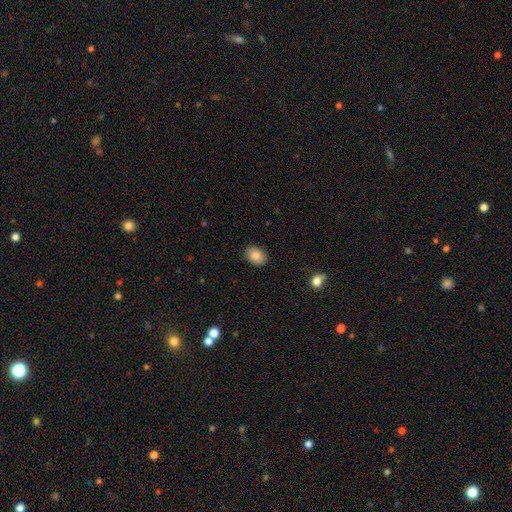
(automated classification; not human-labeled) This is clearly a smooth galaxy (86%). How rounded: likely in between (69%). Merging: clearly none (88%).